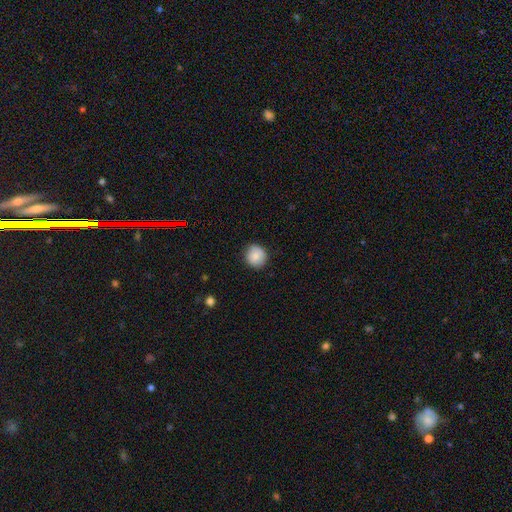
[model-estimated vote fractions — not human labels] A smooth galaxy with no disk features (81%) that is round (89%).

Vote fractions:
- Smooth or featured? smooth: 81% / featured or disk: 11% / star or artifact: 8%
- How rounded? round: 89% / in between: 10% / cigar-shaped: 1%
- Merging? none: 82% / minor disturbance: 14% / major disturbance: 3% / merger: 1%